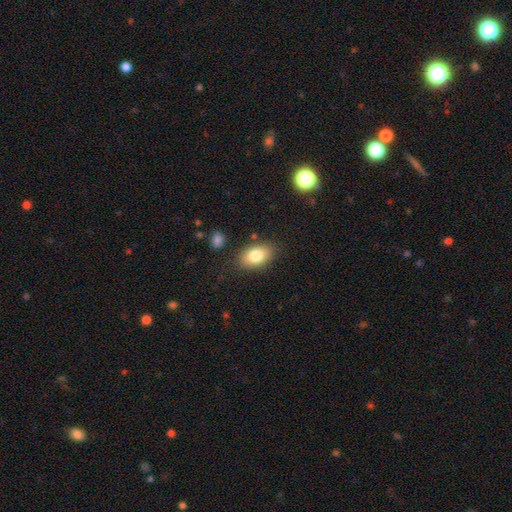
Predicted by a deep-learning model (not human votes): This is clearly a smooth galaxy (81%). How rounded: clearly in between (90%). Merging: clearly none (83%).